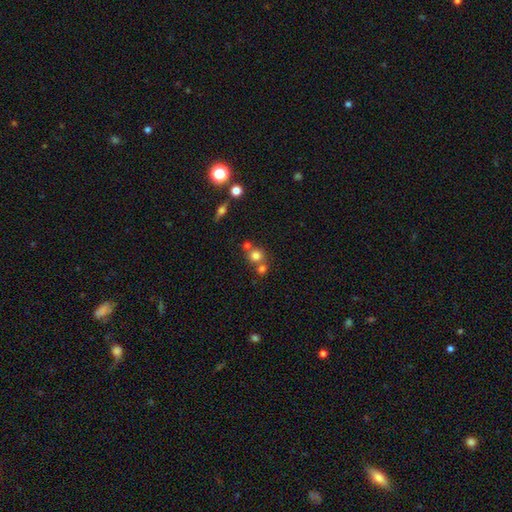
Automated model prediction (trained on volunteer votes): This appears to be a smooth galaxy with no disk features (75%) that is round (89%). Merging: none (54%).